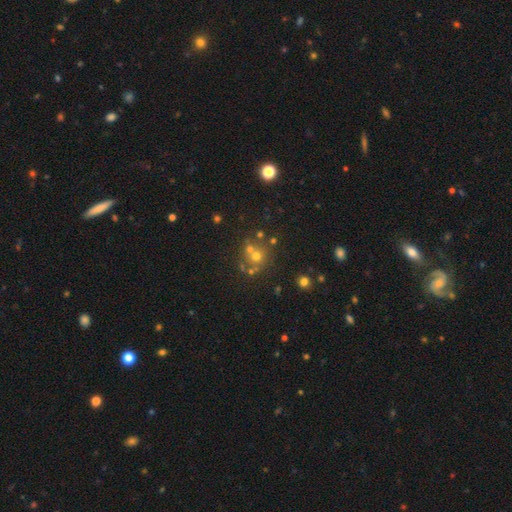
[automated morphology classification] The model was most divided on "merging": none: 55%, merger: 30%, minor disturbance: 9%, major disturbance: 6%. More confident: how rounded — round (84%); smooth or featured — smooth (54%).